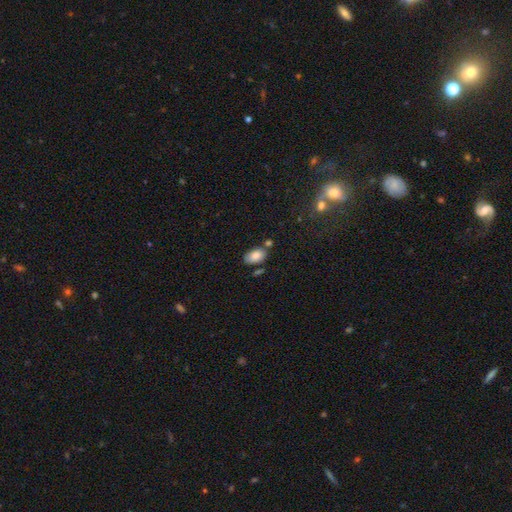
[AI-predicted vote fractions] smooth 83%, featured or disk 9%, star or artifact 8%. Down the decision tree: how rounded — in between (93%); merging — none (66%).